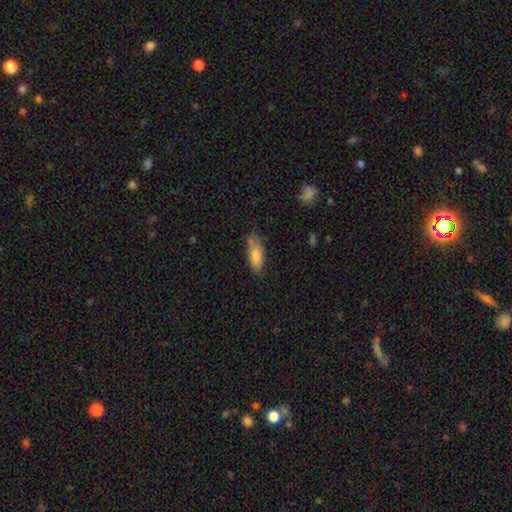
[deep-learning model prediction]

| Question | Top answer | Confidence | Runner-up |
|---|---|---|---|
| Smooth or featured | smooth | 80% | featured or disk (13%) |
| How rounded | in between | 70% | cigar-shaped (28%) |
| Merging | none | 67% | minor disturbance (24%) |